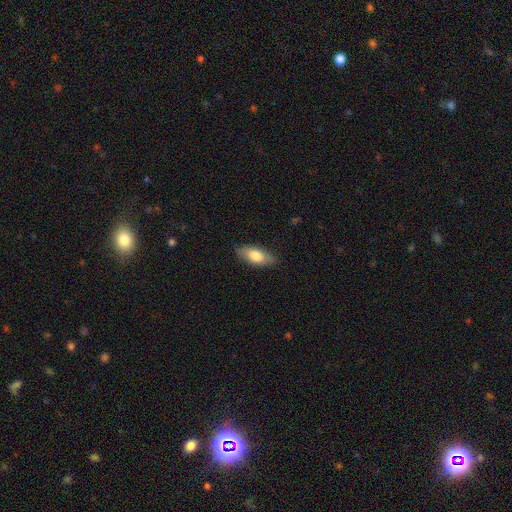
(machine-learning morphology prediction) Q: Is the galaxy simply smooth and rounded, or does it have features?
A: smooth — 76%.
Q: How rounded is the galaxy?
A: in between — 83%.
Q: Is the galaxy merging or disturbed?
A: none — 84%.